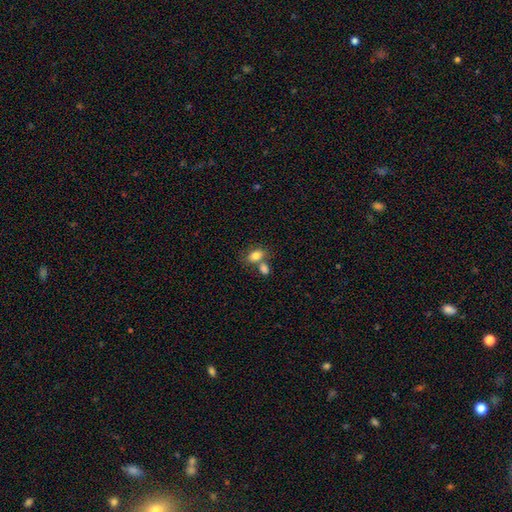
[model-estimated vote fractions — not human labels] Morphology: type=smooth (81%); roundness=in between (80%); merging=none (47%).